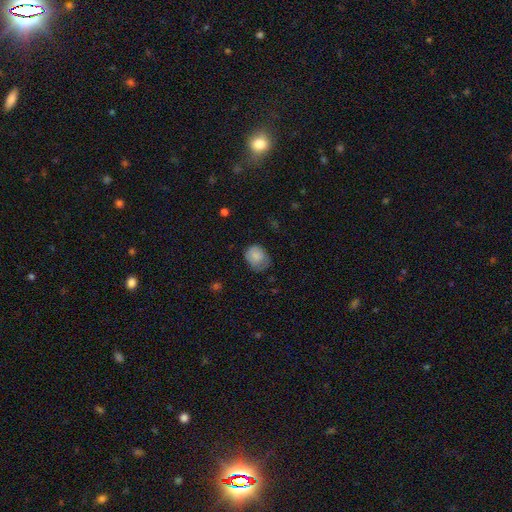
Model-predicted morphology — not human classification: Smooth or featured? smooth (78%)
How rounded? round (58%)
Merging? none (55%)